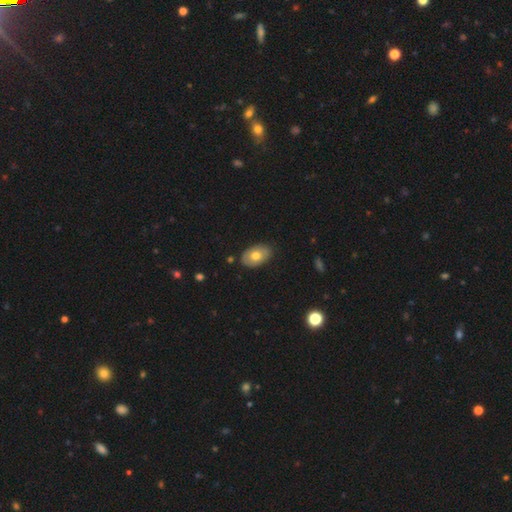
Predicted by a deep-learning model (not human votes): Q: Smooth or featured?
A: smooth (67%); runner-up: featured or disk (27%)
Q: How rounded?
A: in between (90%); runner-up: round (9%)
Q: Merging?
A: none (82%); runner-up: minor disturbance (14%)